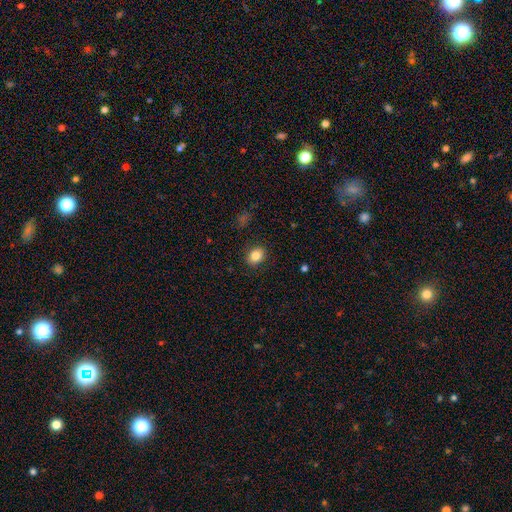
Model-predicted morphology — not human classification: smooth_or_featured: smooth (p=0.85) [alt: star or artifact p=0.09]
how_rounded: in between (p=0.56) [alt: round p=0.43]
merging: none (p=0.88) [alt: minor disturbance p=0.08]